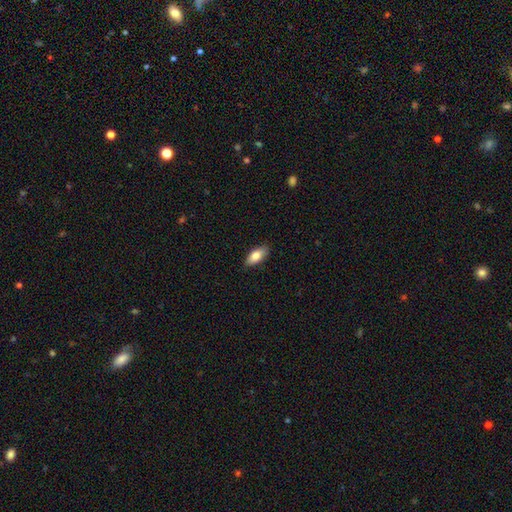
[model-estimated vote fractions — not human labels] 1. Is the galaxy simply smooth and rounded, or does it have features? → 82% smooth, 12% featured or disk, 6% star or artifact.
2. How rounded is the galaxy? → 86% in between, 11% cigar-shaped, 3% round.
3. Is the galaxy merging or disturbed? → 87% none, 10% minor disturbance, 2% major disturbance, 1% merger.